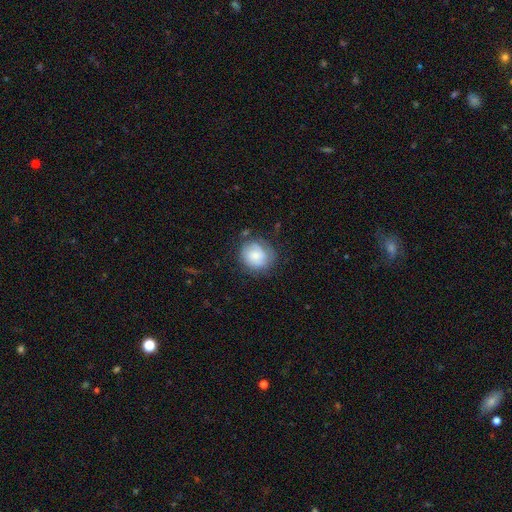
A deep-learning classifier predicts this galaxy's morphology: Q: Smooth or featured?
A: smooth (70%); runner-up: featured or disk (22%)
Q: How rounded?
A: round (83%); runner-up: in between (16%)
Q: Merging?
A: none (68%); runner-up: minor disturbance (22%)